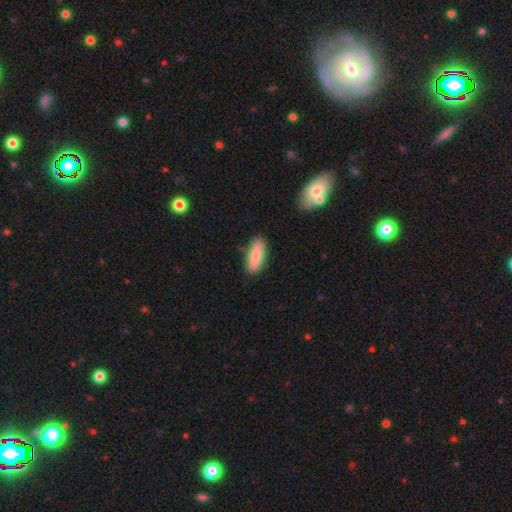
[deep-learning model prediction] The model was most divided on "how rounded": in between: 63%, cigar-shaped: 35%, round: 2%. More confident: merging — none (85%); smooth or featured — smooth (83%).